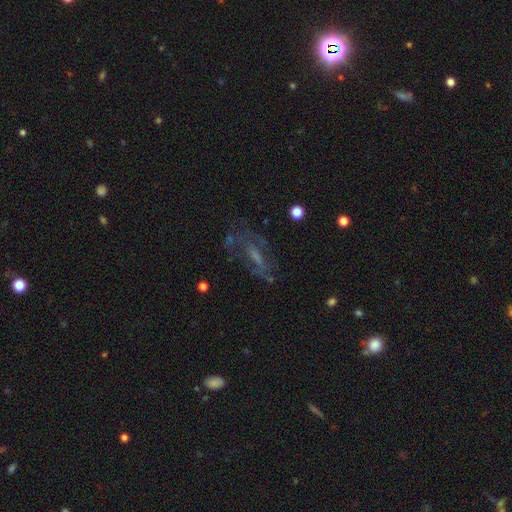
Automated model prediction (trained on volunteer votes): This appears to be a featured or disk galaxy (55%). Merging: none (57%).